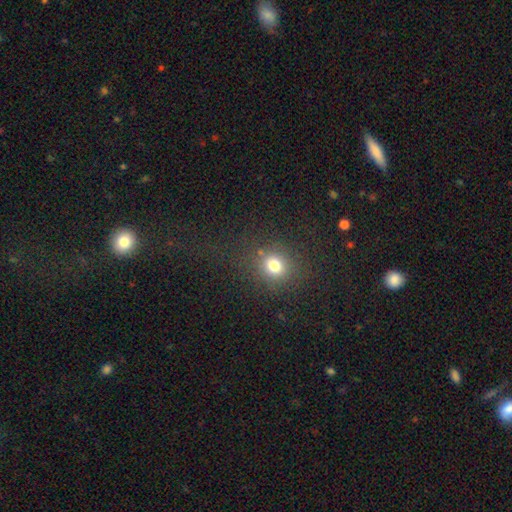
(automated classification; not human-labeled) smooth_or_featured: smooth (p=0.54) [alt: star or artifact p=0.35]
how_rounded: round (p=0.85) [alt: in between p=0.13]
merging: none (p=0.61) [alt: major disturbance p=0.18]